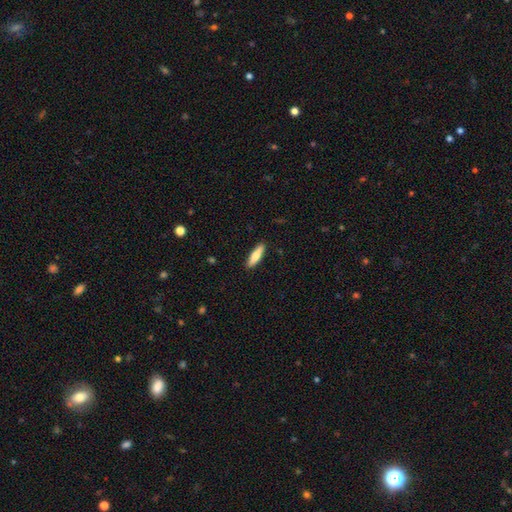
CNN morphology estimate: The model was most divided on "how rounded": cigar-shaped: 67%, in between: 32%, round: 2%. More confident: merging — none (89%); smooth or featured — smooth (74%).